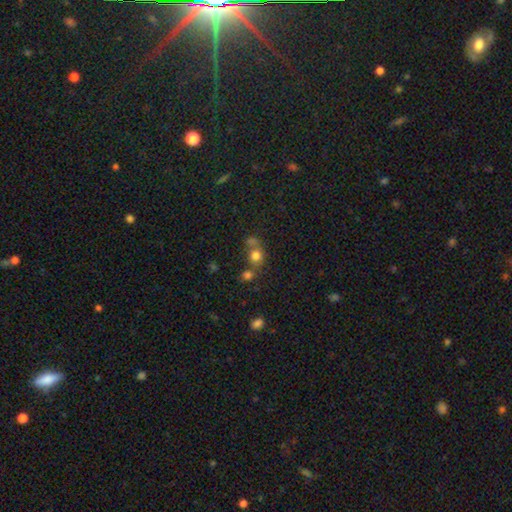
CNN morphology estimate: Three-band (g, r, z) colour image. It shows a smooth galaxy with no disk features (74%) that is round (80%). Merging: none (49%).